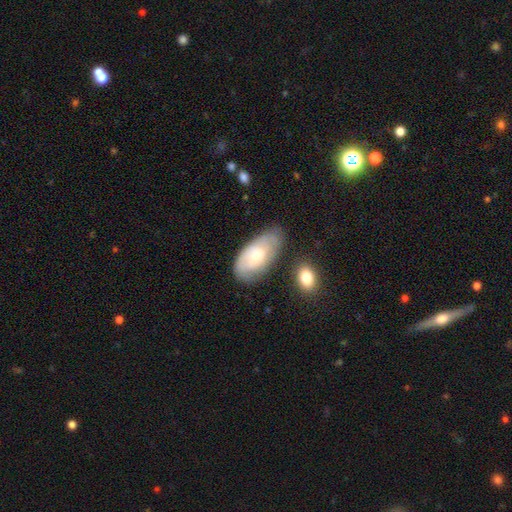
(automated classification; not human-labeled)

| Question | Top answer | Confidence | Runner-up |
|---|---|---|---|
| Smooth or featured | smooth | 55% | featured or disk (39%) |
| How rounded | in between | 92% | cigar-shaped (4%) |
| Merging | none | 61% | minor disturbance (26%) |